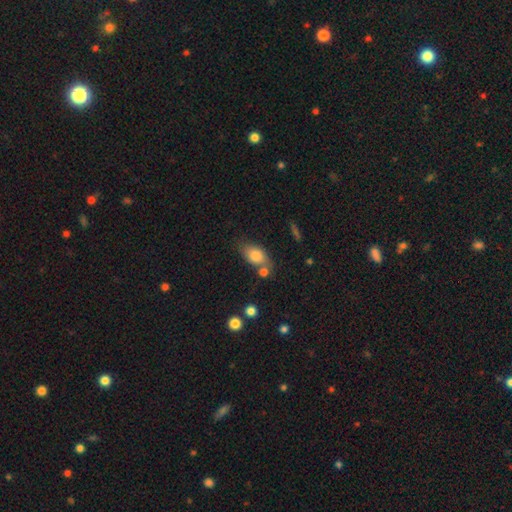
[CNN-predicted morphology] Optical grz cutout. It shows a smooth galaxy with no disk features (81%) that is in between round and cigar-shaped (86%). Merging: none (57%).